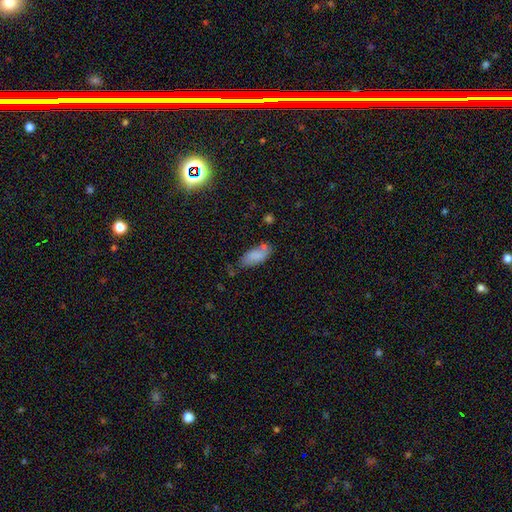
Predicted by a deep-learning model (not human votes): A smooth galaxy with no disk features (83%) that is in between round and cigar-shaped (85%).

Vote fractions:
- Smooth or featured? smooth: 83% / featured or disk: 10% / star or artifact: 7%
- How rounded? in between: 85% / cigar-shaped: 13% / round: 2%
- Merging? none: 61% / minor disturbance: 25% / merger: 8% / major disturbance: 6%